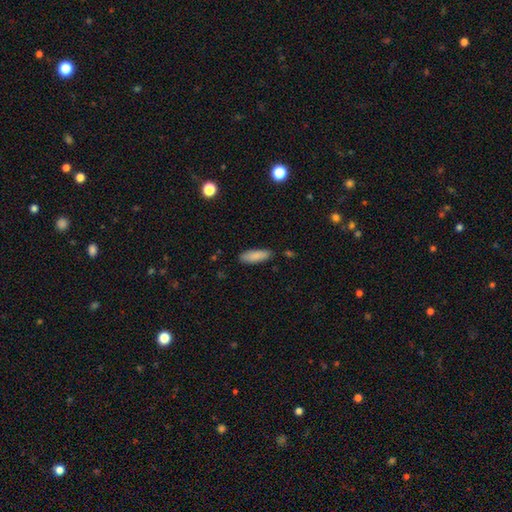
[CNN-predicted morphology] This is clearly a smooth galaxy (88%). How rounded: likely in between (60%). Merging: clearly none (84%).